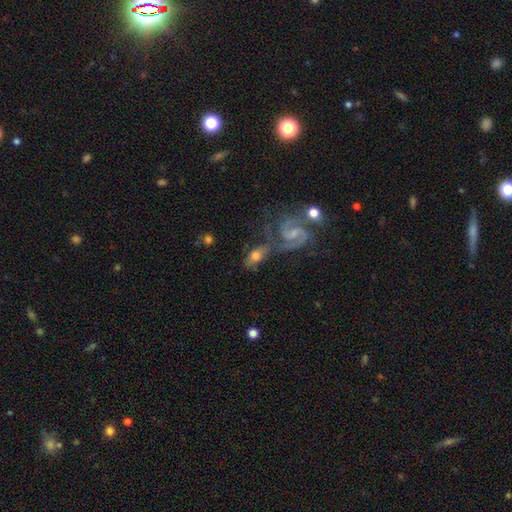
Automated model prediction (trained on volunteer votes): Overall: featured or disk (57%; smooth 35%). Edge-on disk: no (90%). Bar: no (54%; weak 35%). Spiral arms: yes (84%). Bulge size: moderate (39%; small 37%). Merging: none (40%; merger 32%).